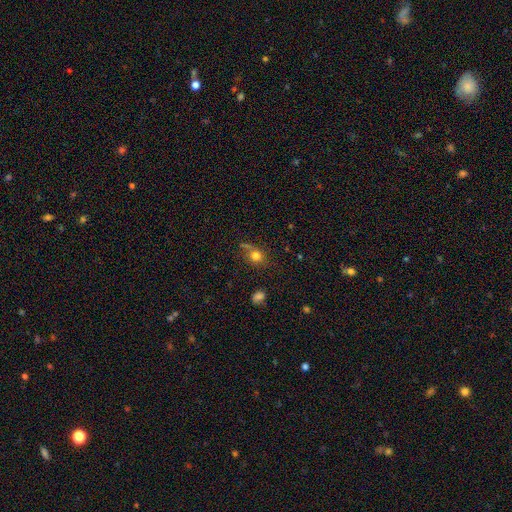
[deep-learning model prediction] smooth_or_featured: smooth (p=0.78) [alt: star or artifact p=0.13]
how_rounded: round (p=0.69) [alt: in between p=0.30]
merging: none (p=0.61) [alt: minor disturbance p=0.21]